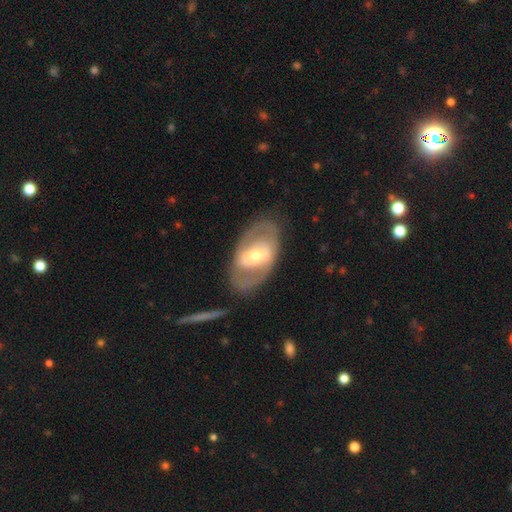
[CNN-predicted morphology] Smooth or featured?
  - featured or disk: 72% *
  - smooth: 23%
  - star or artifact: 6%
Edge-on disk?
  - no: 92% *
  - yes: 8%
Bar?
  - strong: 39% *
  - weak: 36%
  - no: 25%
Spiral arms?
  - yes: 51% *
  - no: 49%
Bulge size?
  - moderate: 58% *
  - small: 33%
  - large: 7%
  - dominant: 1%
  - none: 1%
Merging?
  - none: 75% *
  - minor disturbance: 14%
  - major disturbance: 8%
  - merger: 3%